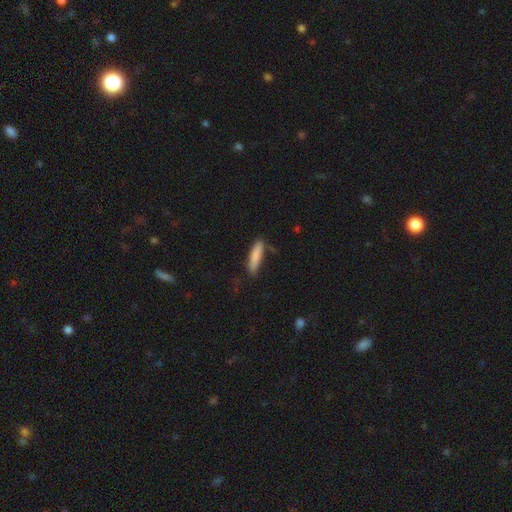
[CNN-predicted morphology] The model was most divided on "how rounded": cigar-shaped: 78%, in between: 20%, round: 1%. More confident: smooth or featured — smooth (85%); merging — none (76%).